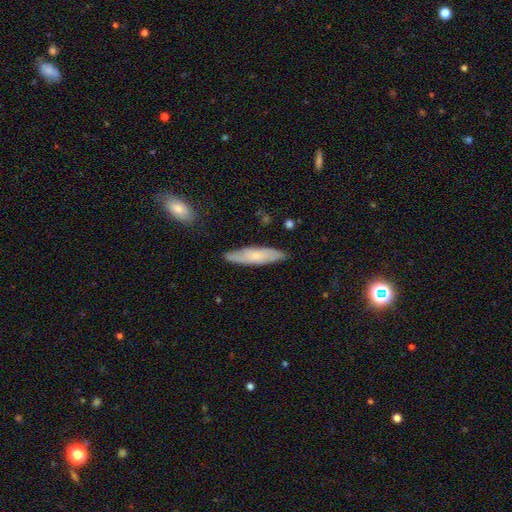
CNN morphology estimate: Overall: smooth (56%; featured or disk 38%). How rounded: cigar-shaped (72%). Merging: none (82%).